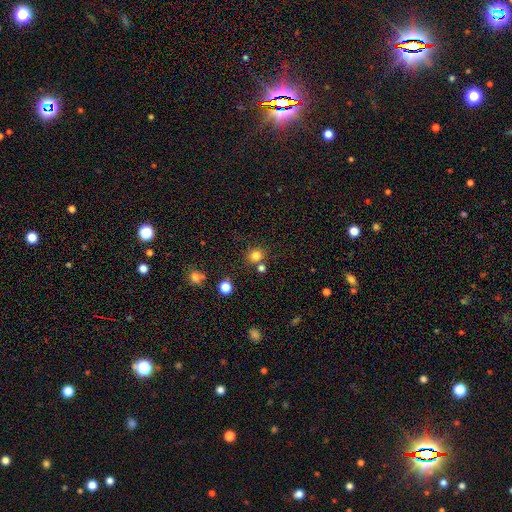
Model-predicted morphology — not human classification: type=smooth (79%); roundness=round (85%); merging=none (73%).